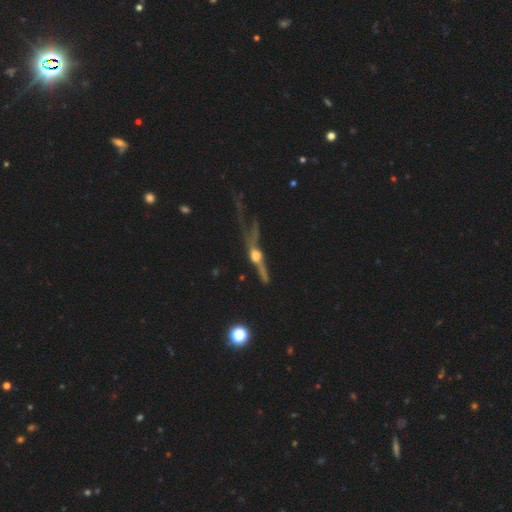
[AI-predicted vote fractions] featured or disk 65%, smooth 24%, star or artifact 12%. Down the decision tree: edge-on disk — yes (71%); merging — major disturbance (46%).